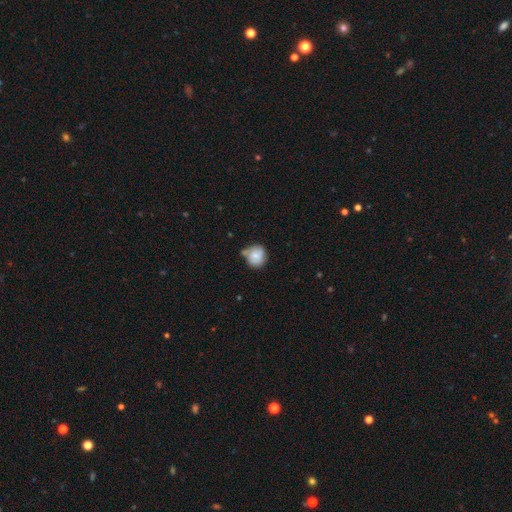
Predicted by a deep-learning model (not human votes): Overall: smooth (74%). How rounded: round (84%). Merging: none (54%; minor disturbance 29%).